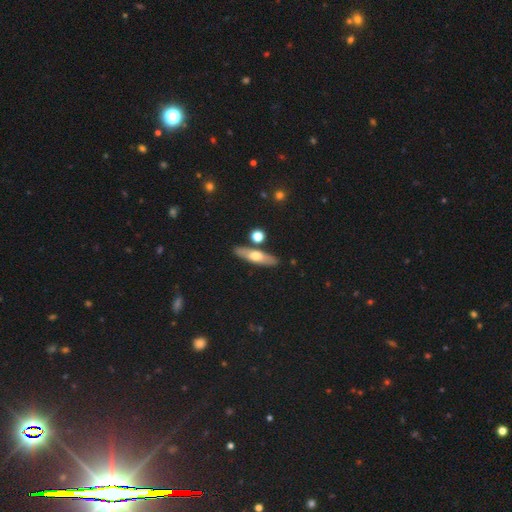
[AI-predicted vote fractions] A smooth galaxy with no disk features (51%) that is cigar-shaped (68%). Merging: none (83%).